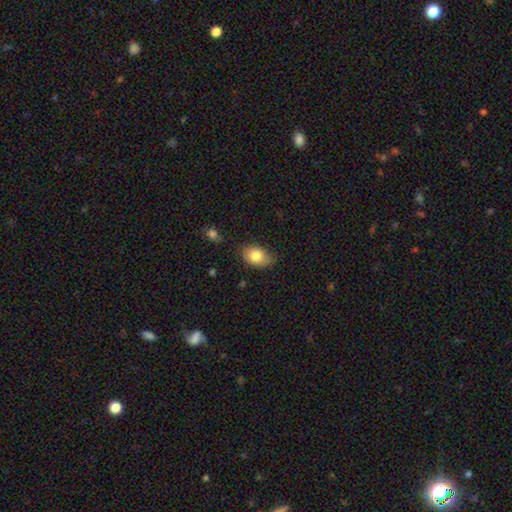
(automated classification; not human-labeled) A smooth galaxy with no disk features (81%) that is in between round and cigar-shaped (79%).

Vote fractions:
- Smooth or featured? smooth: 81% / featured or disk: 11% / star or artifact: 8%
- How rounded? in between: 79% / round: 20% / cigar-shaped: 1%
- Merging? none: 70% / minor disturbance: 24% / major disturbance: 4% / merger: 2%